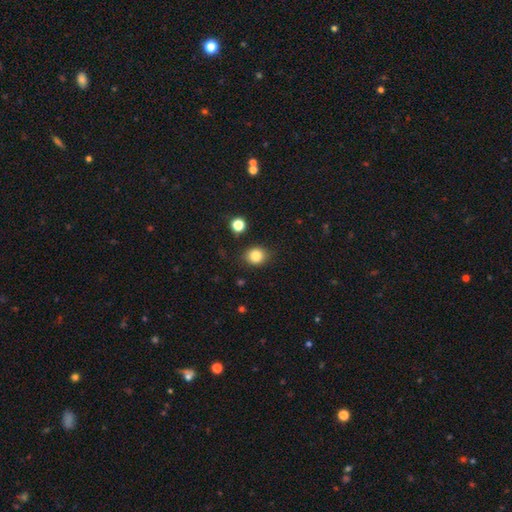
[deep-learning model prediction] Q: Smooth or featured?
A: smooth (84%); runner-up: star or artifact (11%)
Q: How rounded?
A: round (74%); runner-up: in between (25%)
Q: Merging?
A: none (85%); runner-up: minor disturbance (10%)